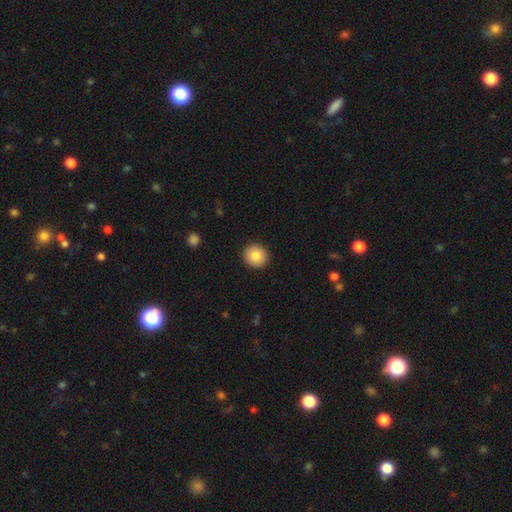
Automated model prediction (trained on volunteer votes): The model was most divided on "smooth or featured": smooth: 86%, star or artifact: 8%, featured or disk: 6%. More confident: merging — none (92%); how rounded — round (91%).